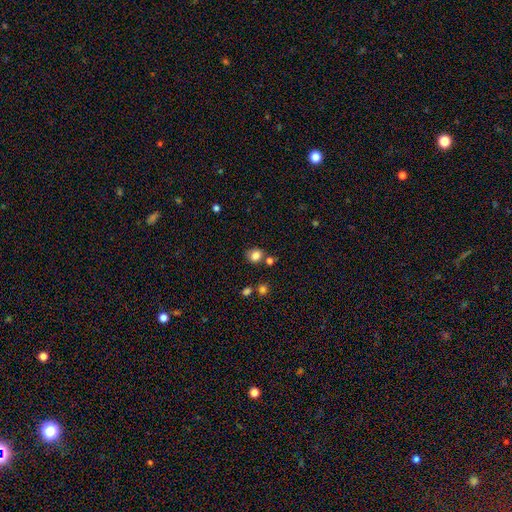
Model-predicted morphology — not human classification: smooth-or-featured: smooth: 82% | star or artifact: 12% | featured or disk: 6%
  how-rounded: round: 68% | in between: 31% | cigar-shaped: 1%
  merging: none: 71% | minor disturbance: 15% | merger: 10% | major disturbance: 4%